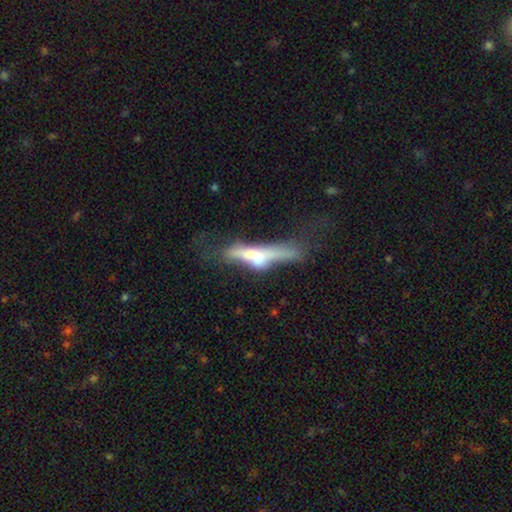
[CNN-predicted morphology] Overall: featured or disk (54%; smooth 38%). Edge-on disk: yes (61%; no 39%). Merging: merger (38%; major disturbance 24%).